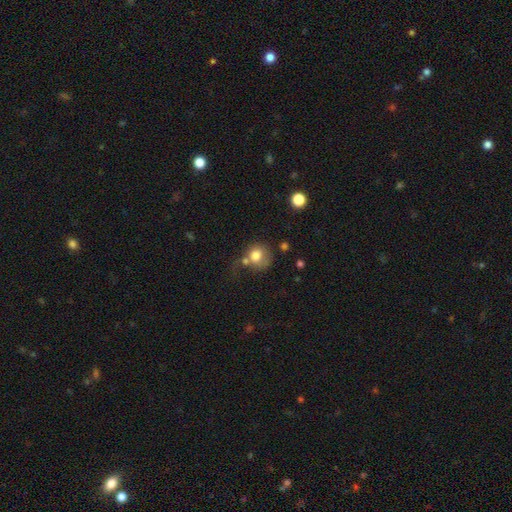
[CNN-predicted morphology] This appears to be a smooth galaxy with no disk features (76%) that is round (78%). Merging: none (36%).